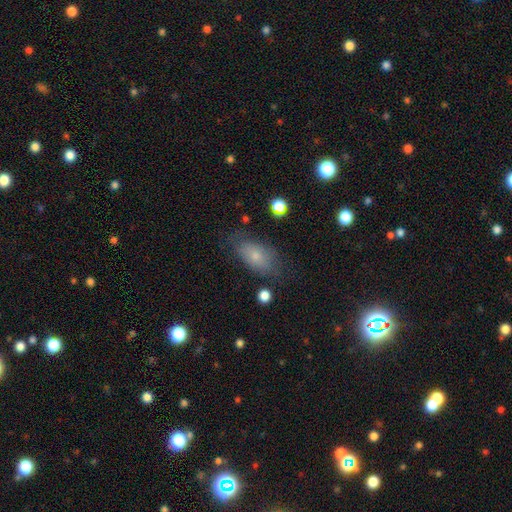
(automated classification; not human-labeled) smooth-or-featured: smooth: 72% | featured or disk: 18% | star or artifact: 10%
  how-rounded: in between: 89% | round: 6% | cigar-shaped: 4%
  merging: none: 69% | minor disturbance: 21% | major disturbance: 8% | merger: 2%